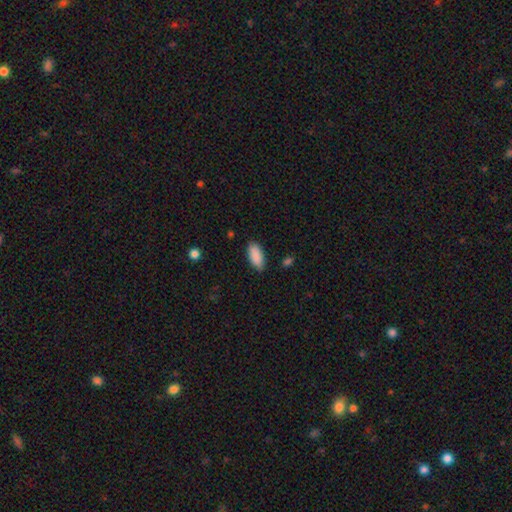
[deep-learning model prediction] Smooth or featured? smooth (90%)
How rounded? in between (90%)
Merging? none (83%)